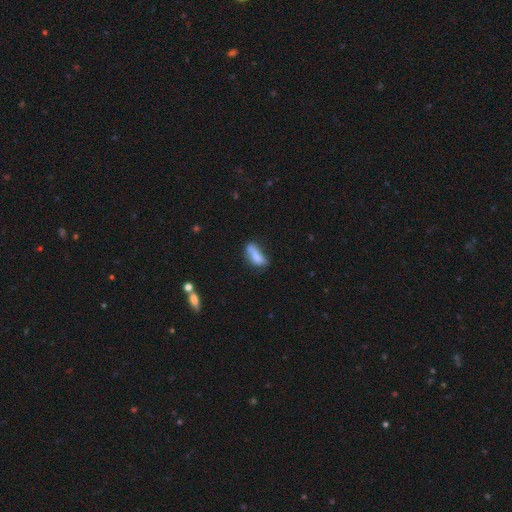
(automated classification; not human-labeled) Q: Smooth or featured?
A: smooth (73%); runner-up: featured or disk (18%)
Q: How rounded?
A: in between (67%); runner-up: cigar-shaped (30%)
Q: Merging?
A: none (44%); runner-up: minor disturbance (31%)